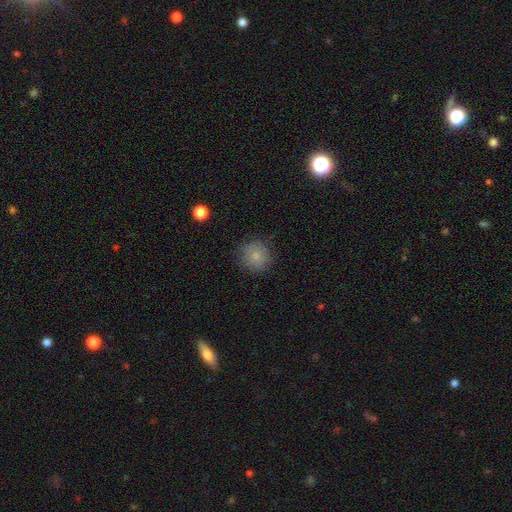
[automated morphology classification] smooth-or-featured: smooth: 83% | star or artifact: 10% | featured or disk: 7%
  how-rounded: round: 93% | in between: 6% | cigar-shaped: 1%
  merging: none: 84% | minor disturbance: 12% | major disturbance: 3% | merger: 1%